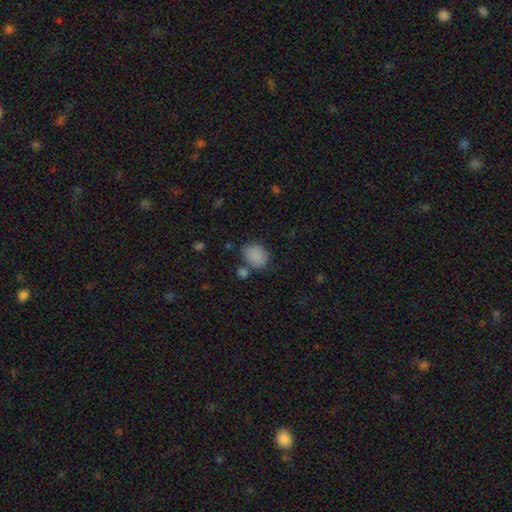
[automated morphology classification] Q: Smooth or featured?
A: smooth (86%); runner-up: star or artifact (9%)
Q: How rounded?
A: in between (62%); runner-up: round (37%)
Q: Merging?
A: none (70%); runner-up: minor disturbance (16%)